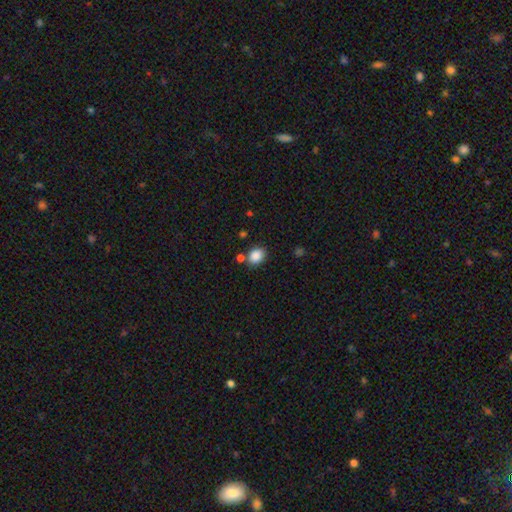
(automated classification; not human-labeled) A smooth galaxy with no disk features (87%) that is in between round and cigar-shaped (54%). Merging: none (72%).